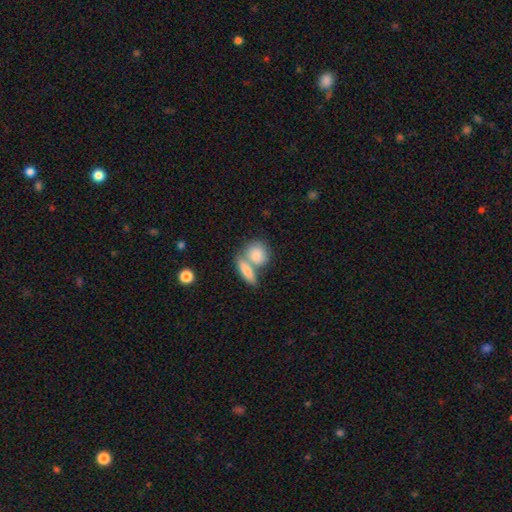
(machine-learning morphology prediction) The model was most divided on "merging": merger: 46%, none: 42%, minor disturbance: 8%, major disturbance: 3%. Remaining: smooth or featured — smooth (81%); how rounded — round (50%).